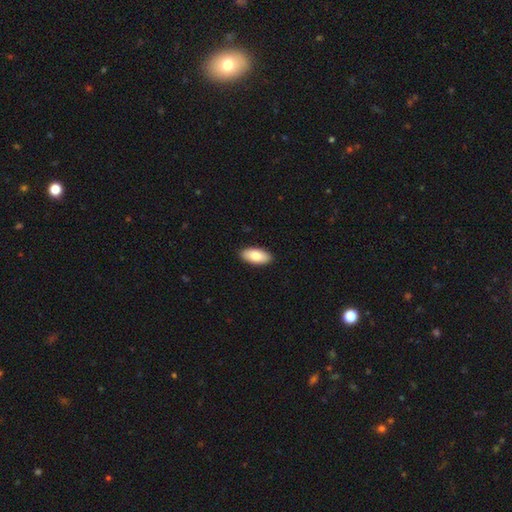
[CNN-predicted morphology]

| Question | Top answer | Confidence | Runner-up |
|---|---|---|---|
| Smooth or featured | smooth | 85% | featured or disk (10%) |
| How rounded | in between | 92% | cigar-shaped (6%) |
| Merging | none | 90% | minor disturbance (7%) |